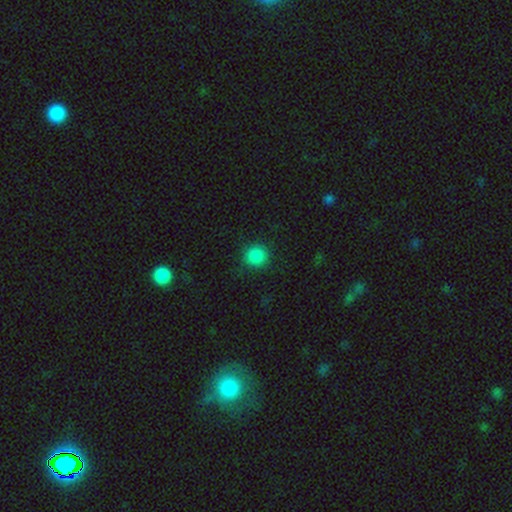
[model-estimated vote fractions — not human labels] smooth_or_featured: smooth (p=0.86) [alt: star or artifact p=0.11]
how_rounded: round (p=0.93) [alt: in between p=0.06]
merging: none (p=0.89) [alt: minor disturbance p=0.07]